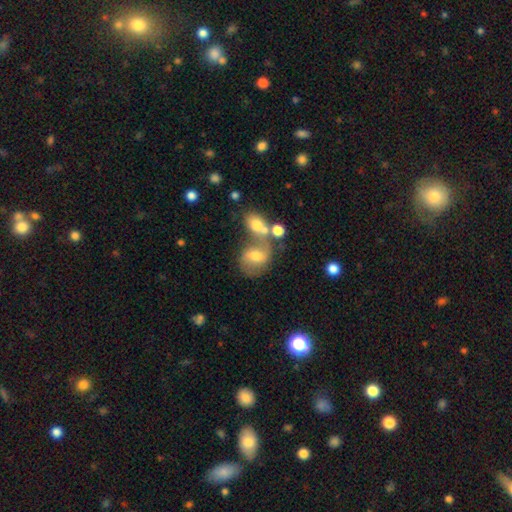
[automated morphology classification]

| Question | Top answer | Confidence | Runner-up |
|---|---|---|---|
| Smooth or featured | smooth | 47% | featured or disk (42%) |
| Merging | none | 41% | merger (33%) |